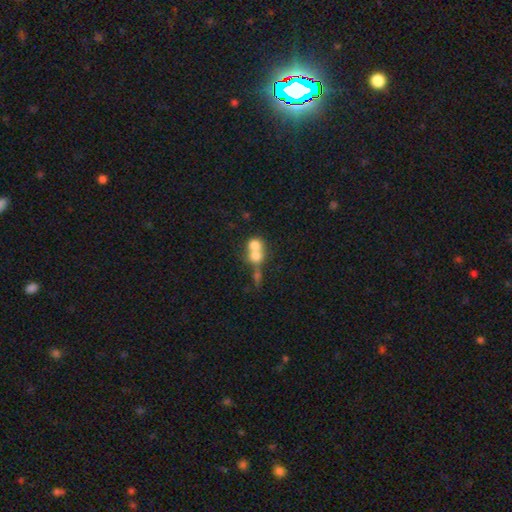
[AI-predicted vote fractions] This is likely a smooth galaxy (67%). How rounded: likely round (71%). Merging: likely merger (71%).